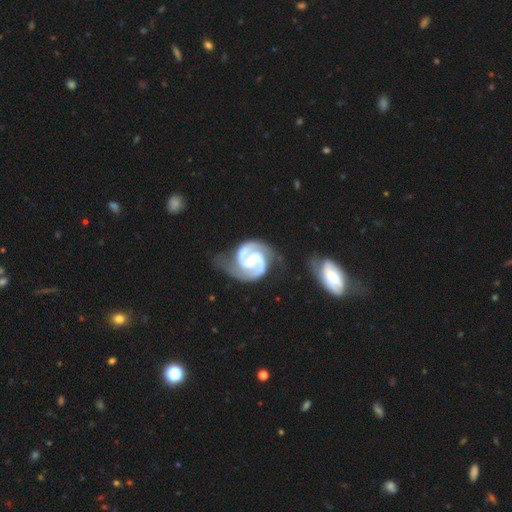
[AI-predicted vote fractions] A featured or disk galaxy (93%) with a weak bar (44%), 2 (94%) medium (53%) spiral arms (99%) and a moderate central bulge (48%).

Vote fractions:
- Smooth or featured? featured or disk: 93% / star or artifact: 3% / smooth: 3%
- Edge-on disk? no: 98% / yes: 2%
- Bar? weak: 44% / strong: 38% / no: 18%
- Spiral arms? yes: 99% / no: 1%
- Spiral winding? medium: 53% / tight: 40% / loose: 8%
- Spiral arm count? 2: 94% / can't tell: 2% / 3: 1% / 1: 1% / 4: 1% / more than 4: 1%
- Bulge size? moderate: 48% / small: 42% / none: 4% / large: 4% / dominant: 1%
- Merging? none: 63% / minor disturbance: 22% / major disturbance: 9% / merger: 5%